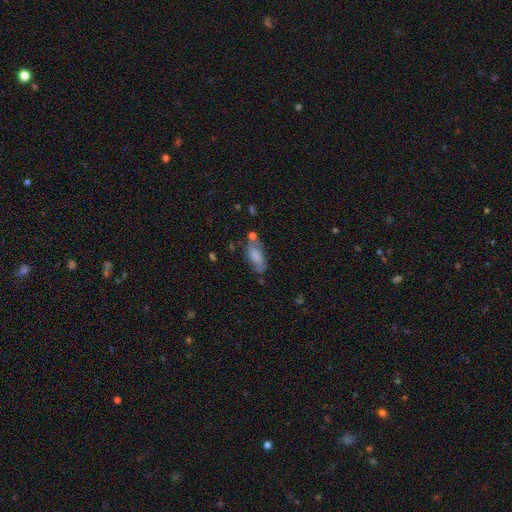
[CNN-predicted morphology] Smooth or featured?
  - smooth: 68% *
  - featured or disk: 25%
  - star or artifact: 8%
How rounded?
  - in between: 78% *
  - cigar-shaped: 19%
  - round: 3%
Merging?
  - none: 57% *
  - minor disturbance: 24%
  - merger: 11%
  - major disturbance: 9%